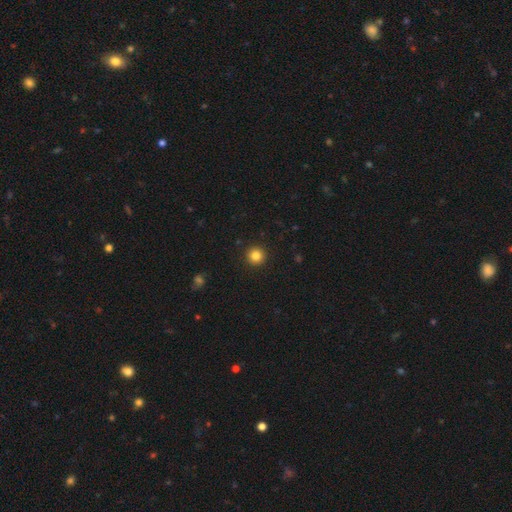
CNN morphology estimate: This appears to be a smooth galaxy with no disk features (84%) that is round (96%). Merging: none (93%).